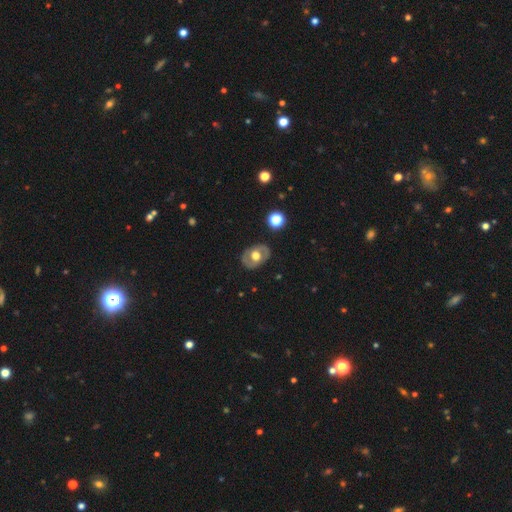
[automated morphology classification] Smooth or featured: featured or disk — 57% (smooth — 36%)
Edge-on disk: no — 93% (yes — 7%)
Bar: no — 76% (weak — 18%)
Spiral arms: no — 71% (yes — 29%)
Bulge size: moderate — 53% (large — 40%)
Merging: none — 83% (minor disturbance — 12%)